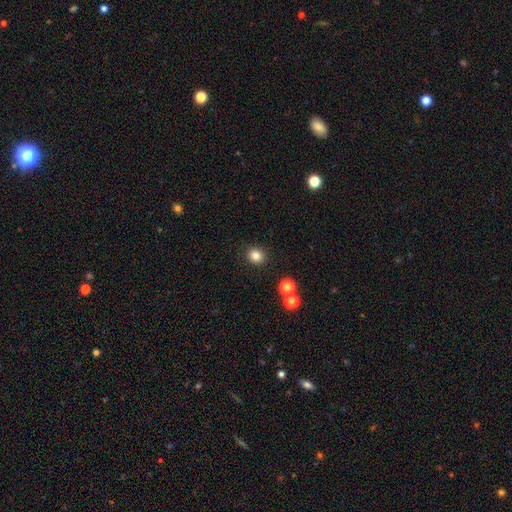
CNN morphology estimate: type=smooth (83%); roundness=round (78%); merging=none (90%).